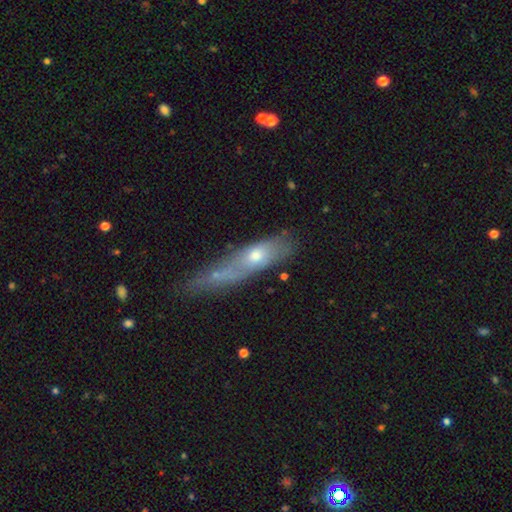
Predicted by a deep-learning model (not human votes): Q: Smooth or featured?
A: smooth (51%); runner-up: featured or disk (41%)
Q: How rounded?
A: cigar-shaped (60%); runner-up: in between (37%)
Q: Merging?
A: none (46%); runner-up: minor disturbance (27%)